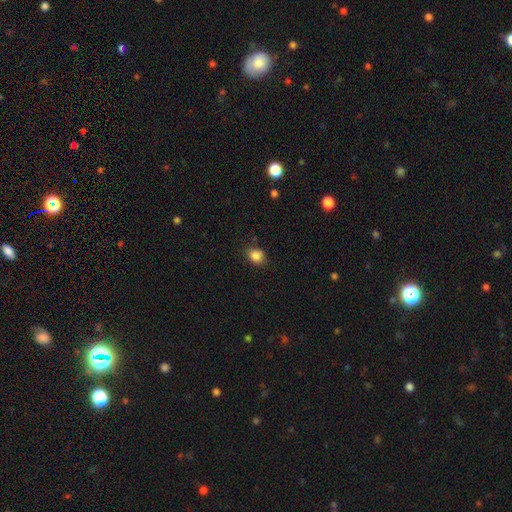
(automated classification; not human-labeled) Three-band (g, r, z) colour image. It shows a smooth galaxy with no disk features (85%) that is round (53%). Merging: none (79%).